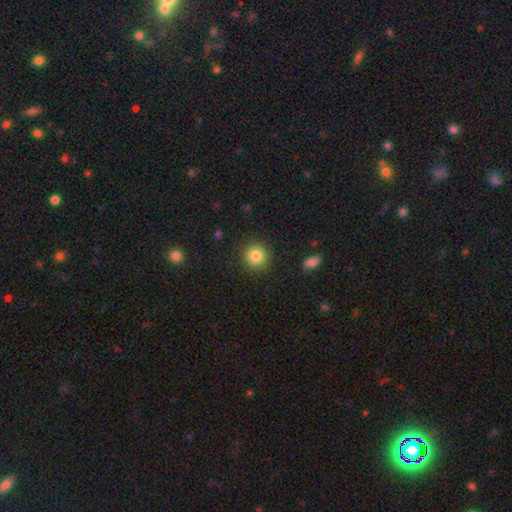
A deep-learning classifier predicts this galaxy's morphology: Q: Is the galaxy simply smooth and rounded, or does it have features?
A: smooth — 84%.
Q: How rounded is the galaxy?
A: round — 91%.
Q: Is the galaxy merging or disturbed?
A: none — 90%.